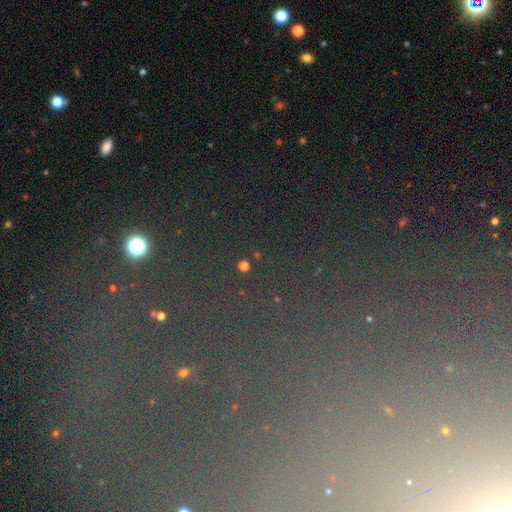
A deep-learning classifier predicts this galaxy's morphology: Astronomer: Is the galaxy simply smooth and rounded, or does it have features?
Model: star or artifact — 73%.